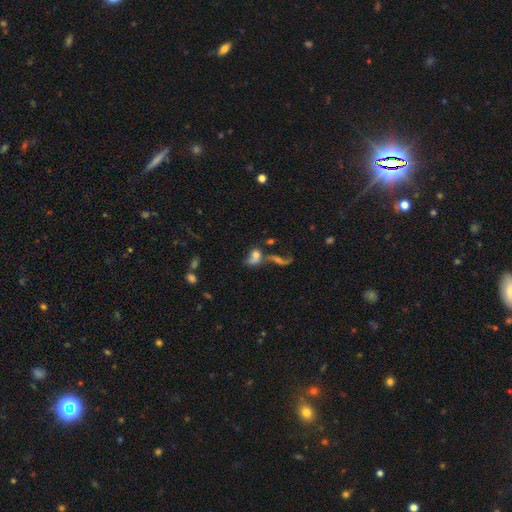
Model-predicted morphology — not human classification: type=smooth (52%); roundness=in between (68%); merging=merger (51%).